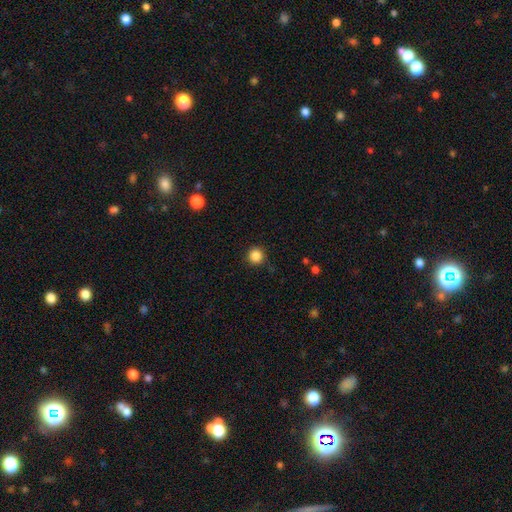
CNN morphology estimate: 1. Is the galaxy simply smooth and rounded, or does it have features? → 85% smooth, 11% star or artifact, 4% featured or disk.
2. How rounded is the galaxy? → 95% round, 4% in between, 1% cigar-shaped.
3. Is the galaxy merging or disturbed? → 90% none, 7% minor disturbance, 2% major disturbance, 1% merger.